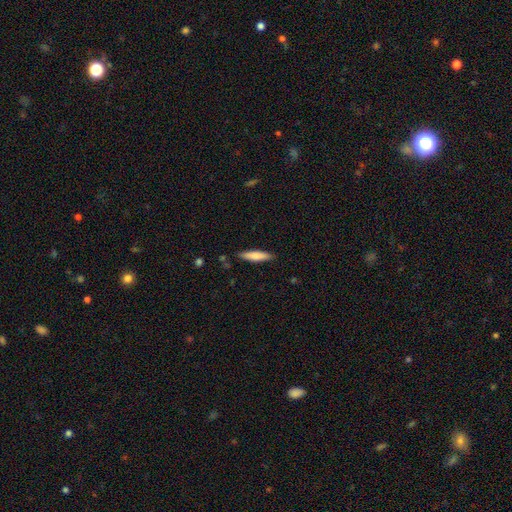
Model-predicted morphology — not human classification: Smooth or featured? smooth (74%)
How rounded? cigar-shaped (79%)
Merging? none (87%)